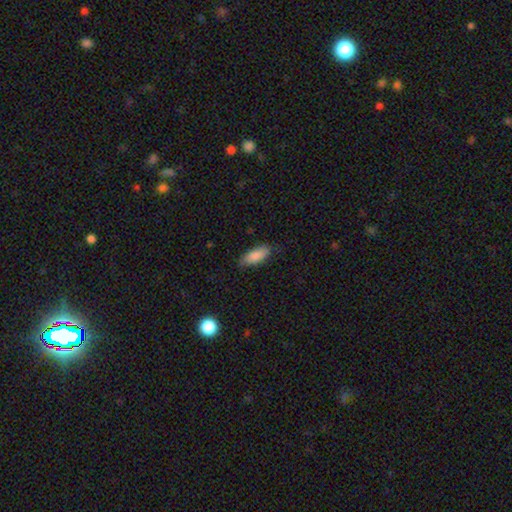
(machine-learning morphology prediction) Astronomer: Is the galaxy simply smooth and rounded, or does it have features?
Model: smooth — 86%.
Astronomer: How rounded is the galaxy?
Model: in between — 77%.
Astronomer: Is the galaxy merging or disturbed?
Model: none — 80%.